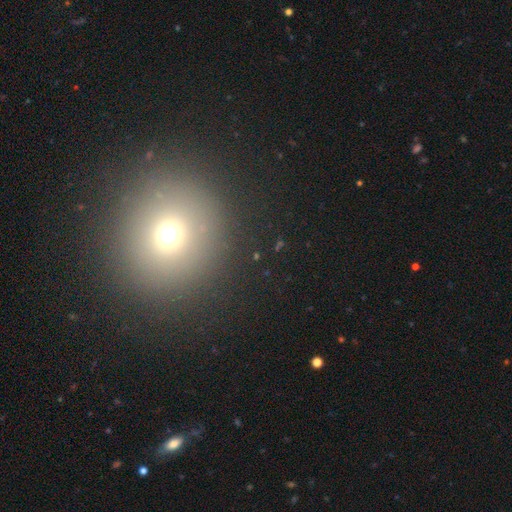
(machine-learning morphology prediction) A smooth galaxy with no disk features (64%) that is round (91%).

Vote fractions:
- Smooth or featured? smooth: 64% / star or artifact: 26% / featured or disk: 10%
- How rounded? round: 91% / in between: 8% / cigar-shaped: 1%
- Merging? none: 91% / minor disturbance: 5% / major disturbance: 3% / merger: 2%